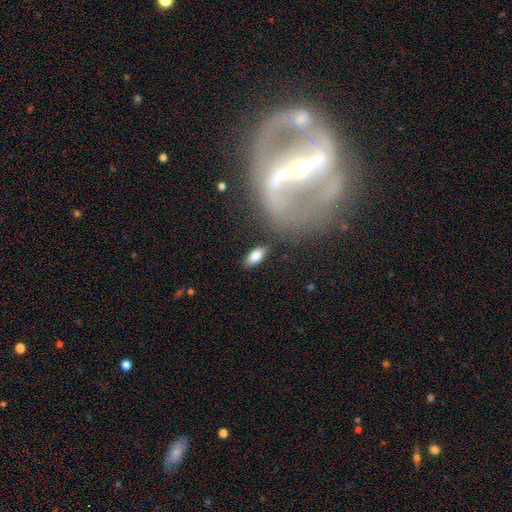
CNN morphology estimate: type=smooth (80%); roundness=in between (85%); merging=none (84%).